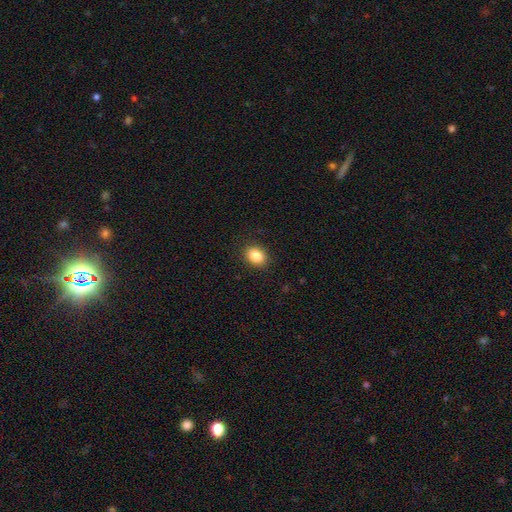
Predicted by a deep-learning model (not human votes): Smooth or featured? smooth (87%)
How rounded? in between (60%)
Merging? none (89%)